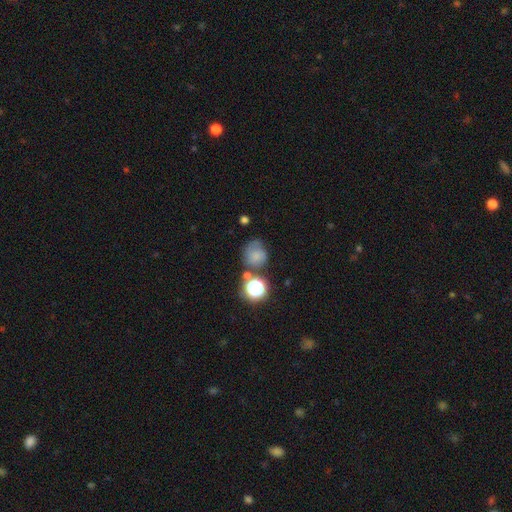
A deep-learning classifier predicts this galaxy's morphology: smooth-or-featured: smooth: 69% | star or artifact: 18% | featured or disk: 14%
  how-rounded: round: 80% | in between: 19% | cigar-shaped: 1%
  merging: none: 53% | minor disturbance: 22% | merger: 14% | major disturbance: 10%